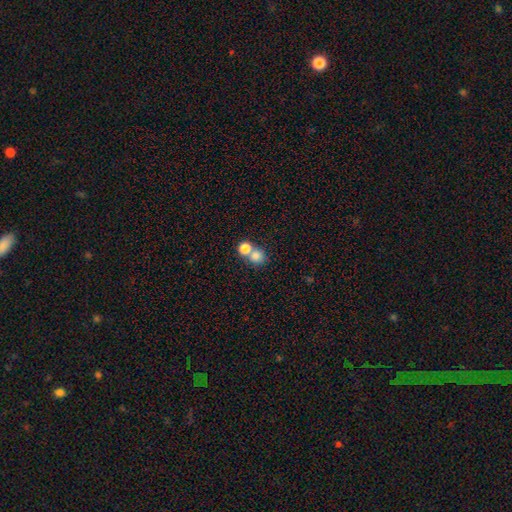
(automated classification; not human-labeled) A smooth galaxy with no disk features (79%) that is round (81%). Merging: merger (50%).